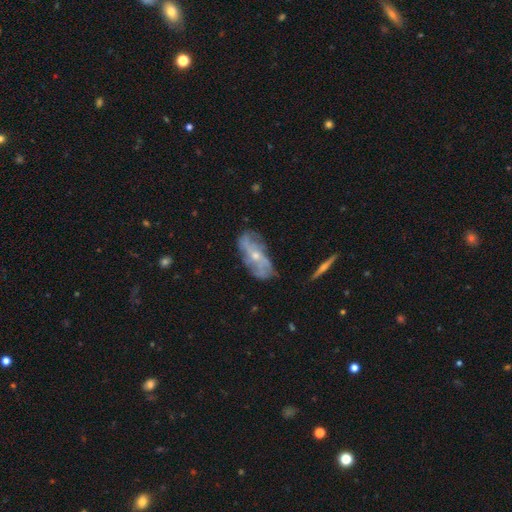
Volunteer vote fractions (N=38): Smooth or featured? featured or disk (84%)
Edge-on disk? no (88%)
Bar? no (61%)
Spiral arms? yes (79%)
Spiral winding? loose (45%)
Spiral arm count? 2 (45%, tied with can't tell)
Bulge size? moderate (68%)
Merging? none (73%)